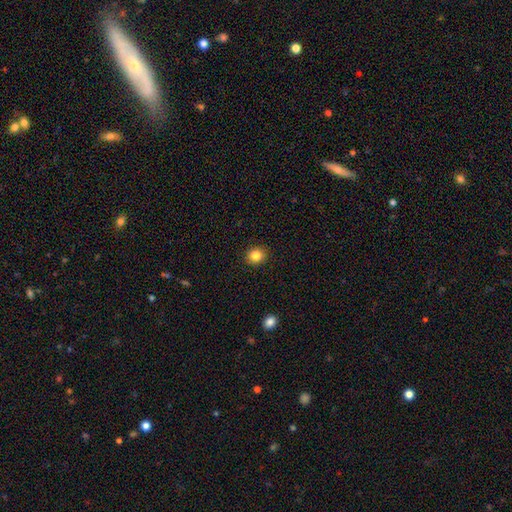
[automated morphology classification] Q: Smooth or featured?
A: smooth (84%); runner-up: star or artifact (11%)
Q: How rounded?
A: round (85%); runner-up: in between (14%)
Q: Merging?
A: none (92%); runner-up: minor disturbance (5%)